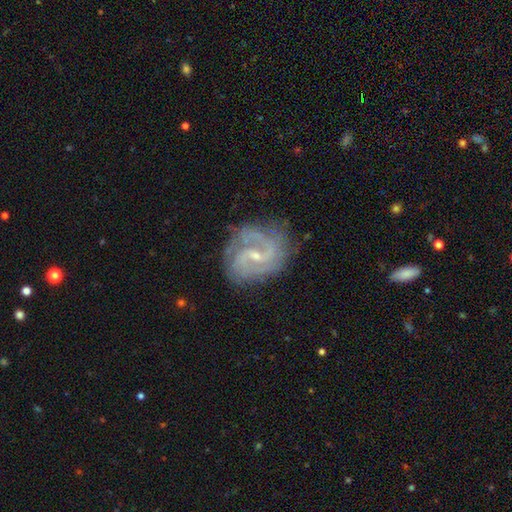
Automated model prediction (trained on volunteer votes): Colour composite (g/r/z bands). It shows a featured or disk galaxy (89%) with a weak bar (56%), 2 (72%) medium (53%) spiral arms (97%) and a small central bulge (70%). Merging: none (73%).